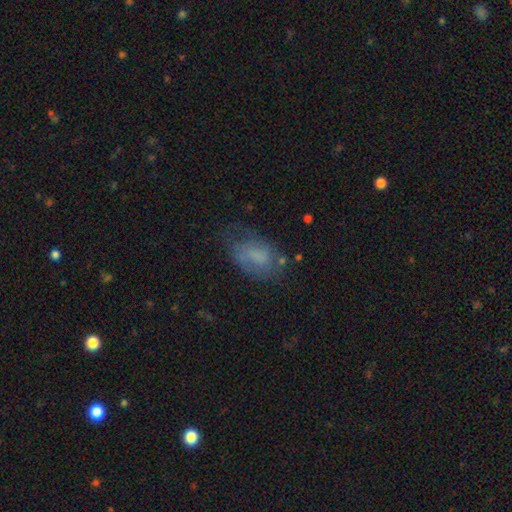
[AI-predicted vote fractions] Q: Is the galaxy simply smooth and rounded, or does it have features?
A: smooth — 61%.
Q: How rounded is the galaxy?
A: in between — 88%.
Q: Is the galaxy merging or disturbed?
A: none — 49%.